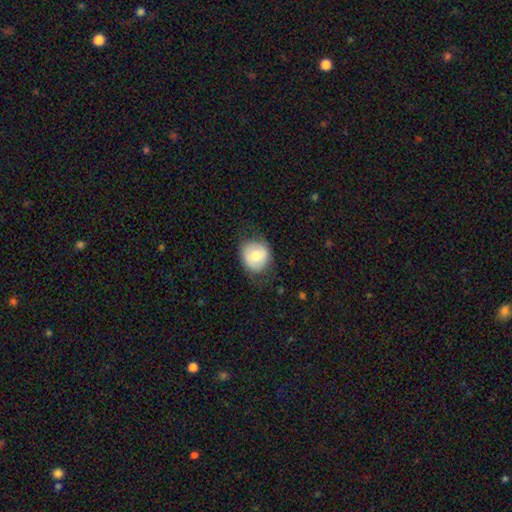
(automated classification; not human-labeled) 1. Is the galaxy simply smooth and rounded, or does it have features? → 68% smooth, 24% featured or disk, 7% star or artifact.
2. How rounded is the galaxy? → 79% round, 20% in between, 1% cigar-shaped.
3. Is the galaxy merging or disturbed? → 73% none, 19% minor disturbance, 7% major disturbance, 1% merger.